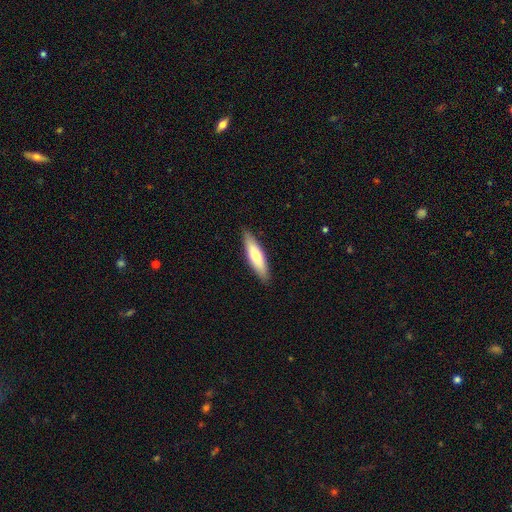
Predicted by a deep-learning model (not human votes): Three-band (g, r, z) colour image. It shows a smooth galaxy with no disk features (69%) that is cigar-shaped (72%). Merging: none (89%).